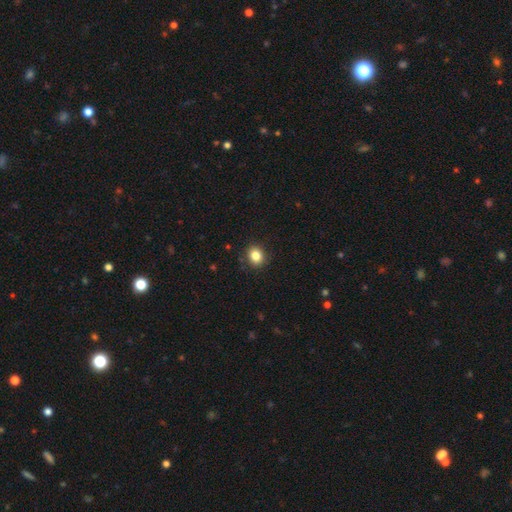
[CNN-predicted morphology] type=smooth (84%); roundness=round (68%); merging=none (89%).